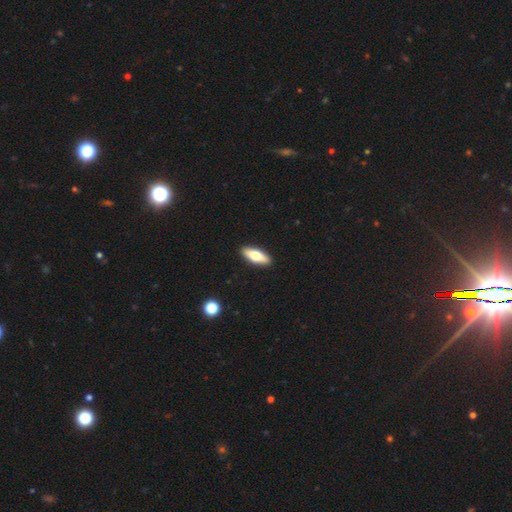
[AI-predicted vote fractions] Smooth or featured? smooth (67%)
How rounded? in between (64%)
Merging? none (91%)